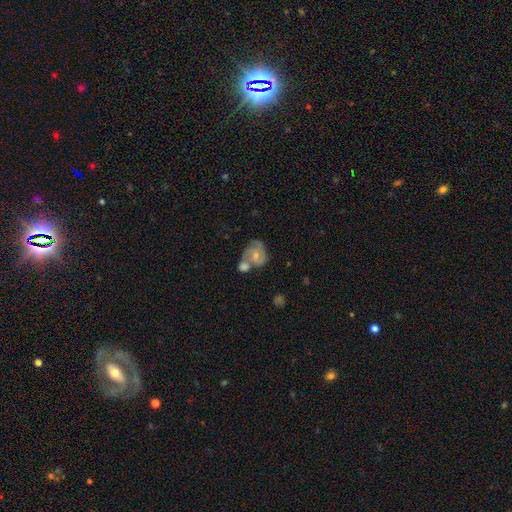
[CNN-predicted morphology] Smooth or featured? Predicted: featured or disk (p=0.58). Edge-on disk? Predicted: no (p=0.97). Bar? Predicted: no (p=0.69). Spiral arms? Predicted: yes (p=0.82). Bulge size? Predicted: moderate (p=0.49). Merging? Predicted: merger (p=0.49).